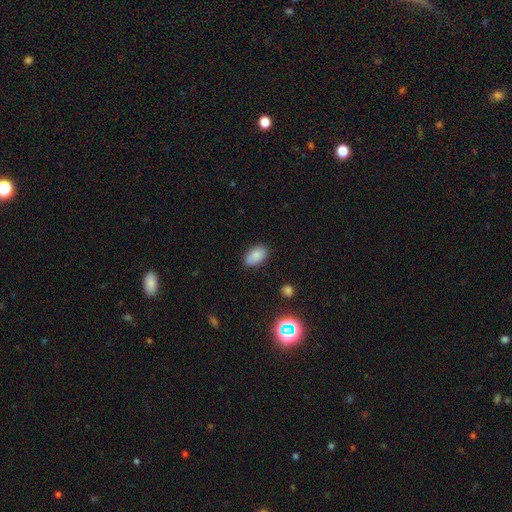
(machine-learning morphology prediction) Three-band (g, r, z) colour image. It shows a smooth galaxy with no disk features (85%) that is in between round and cigar-shaped (93%). Merging: none (83%).